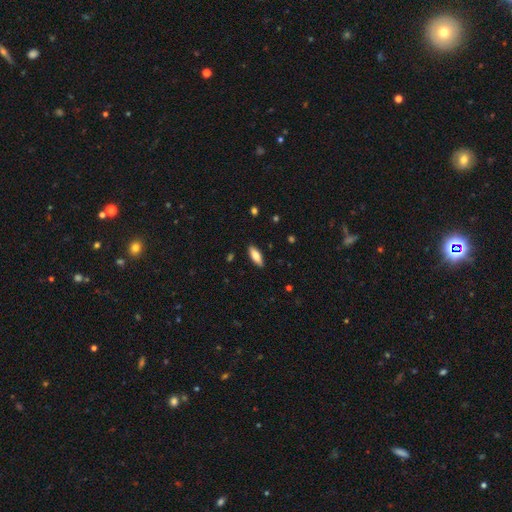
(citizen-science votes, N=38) This is clearly a smooth galaxy (82%). How rounded: possibly cigar-shaped (55%). Merging: clearly none (82%).